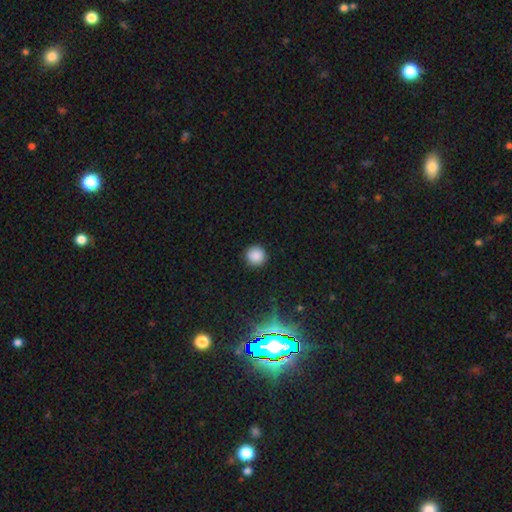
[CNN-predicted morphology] Smooth or featured?
  - smooth: 86% *
  - star or artifact: 11%
  - featured or disk: 3%
How rounded?
  - round: 94% *
  - in between: 5%
  - cigar-shaped: 1%
Merging?
  - none: 91% *
  - minor disturbance: 6%
  - major disturbance: 2%
  - merger: 1%